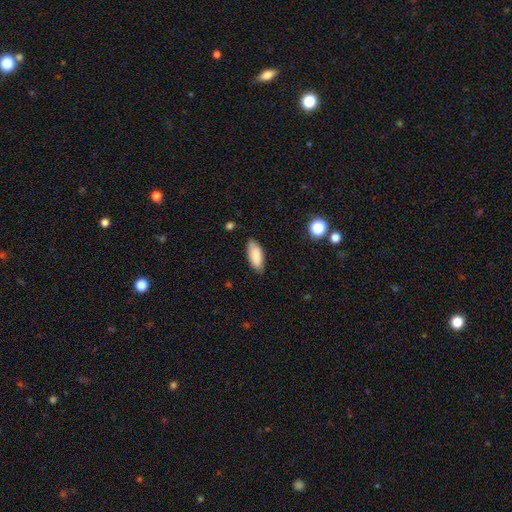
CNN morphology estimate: type=smooth (87%); roundness=in between (81%); merging=none (83%).